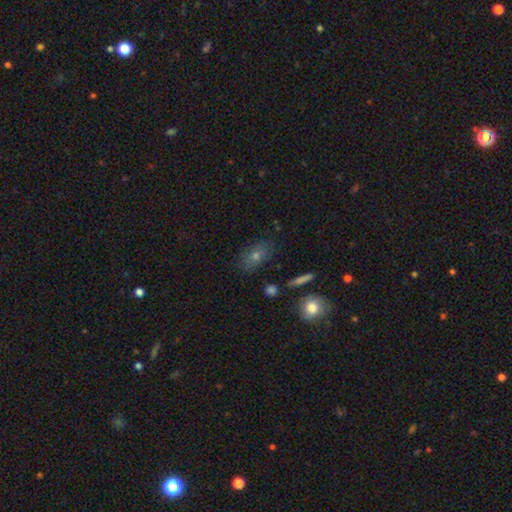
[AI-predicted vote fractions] This appears to be a smooth galaxy with no disk features (61%) that is in between round and cigar-shaped (80%). Merging: none (79%).